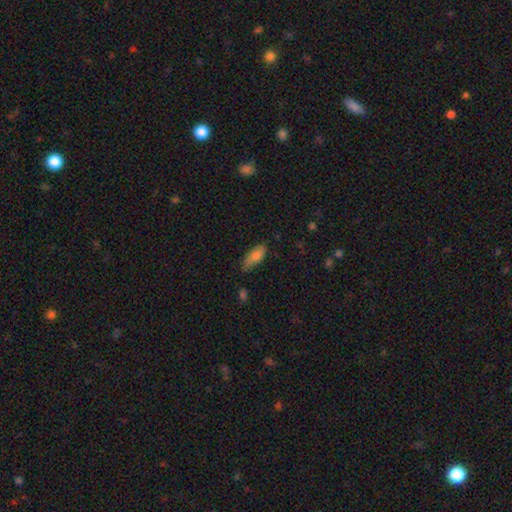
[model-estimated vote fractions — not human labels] This is likely a smooth galaxy (79%). How rounded: likely in between (78%). Merging: likely none (63%).